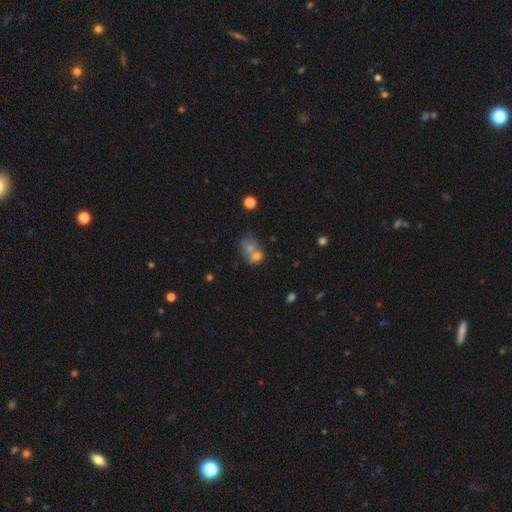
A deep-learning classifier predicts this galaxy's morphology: This is likely a smooth galaxy (67%). How rounded: possibly in between (54%). Merging: likely merger (62%).